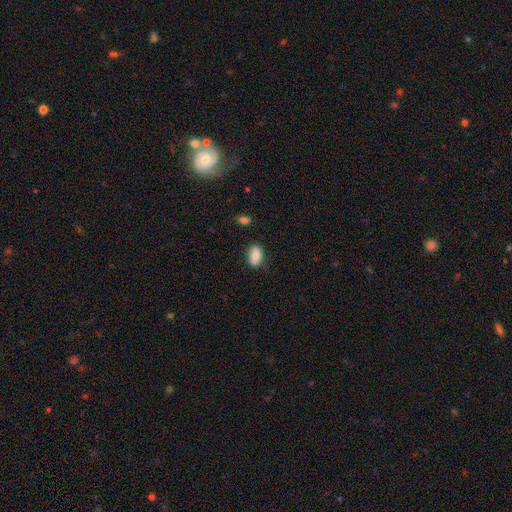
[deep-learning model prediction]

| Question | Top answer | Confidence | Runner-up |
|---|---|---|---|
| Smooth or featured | smooth | 76% | featured or disk (17%) |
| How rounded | in between | 90% | round (6%) |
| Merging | none | 78% | minor disturbance (16%) |